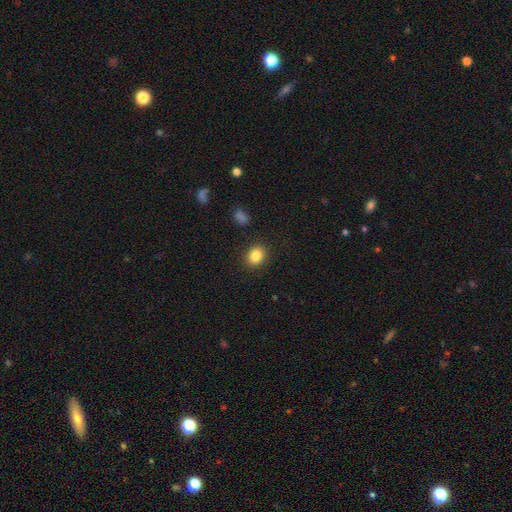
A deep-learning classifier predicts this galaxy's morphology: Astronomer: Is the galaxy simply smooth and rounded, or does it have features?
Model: smooth — 84%.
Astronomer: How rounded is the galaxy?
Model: round — 59% (runner-up: in between, 40%).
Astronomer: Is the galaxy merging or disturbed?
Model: none — 88%.